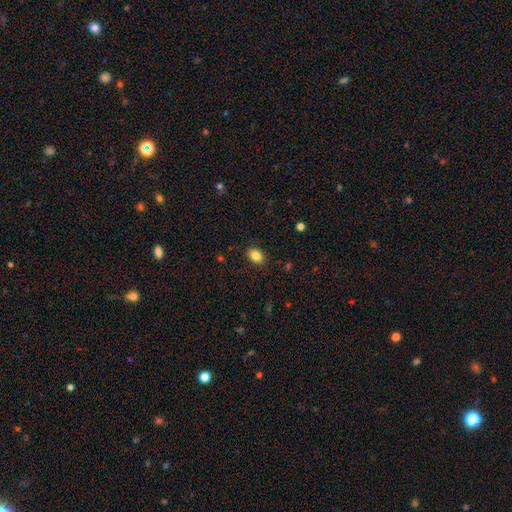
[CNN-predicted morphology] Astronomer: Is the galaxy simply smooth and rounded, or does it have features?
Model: smooth — 85%.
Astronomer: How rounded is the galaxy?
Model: in between — 78%.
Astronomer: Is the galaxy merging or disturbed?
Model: none — 88%.